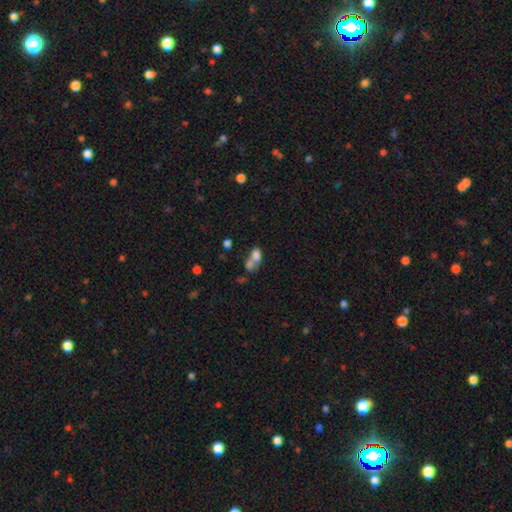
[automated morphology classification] A smooth galaxy with no disk features (69%) that is in between round and cigar-shaped (78%). Merging: merger (61%).